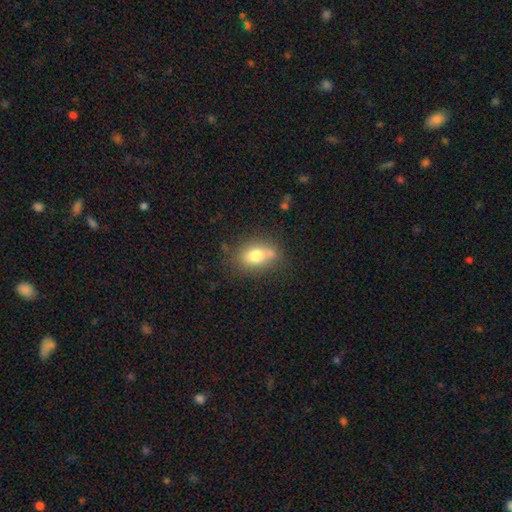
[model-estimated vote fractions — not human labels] Smooth or featured?
  - smooth: 74% *
  - featured or disk: 16%
  - star or artifact: 10%
How rounded?
  - in between: 69% *
  - round: 29%
  - cigar-shaped: 2%
Merging?
  - none: 62% *
  - minor disturbance: 18%
  - merger: 15%
  - major disturbance: 5%